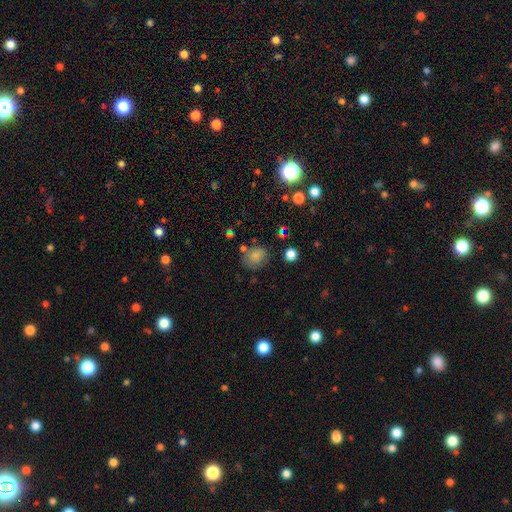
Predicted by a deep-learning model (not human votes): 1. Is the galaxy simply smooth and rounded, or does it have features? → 79% smooth, 12% star or artifact, 9% featured or disk.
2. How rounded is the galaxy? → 55% round, 44% in between, 1% cigar-shaped.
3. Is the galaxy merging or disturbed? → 67% none, 20% minor disturbance, 7% major disturbance, 7% merger.